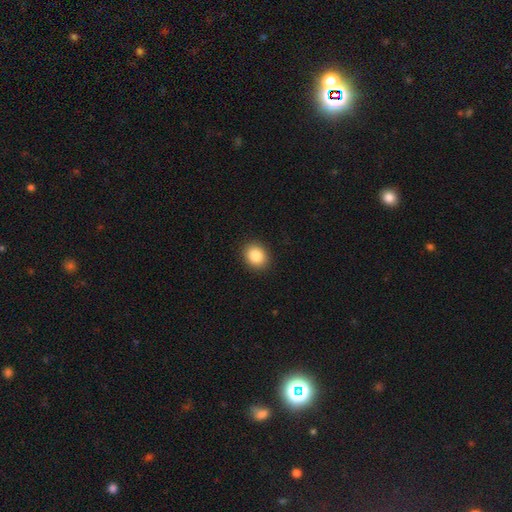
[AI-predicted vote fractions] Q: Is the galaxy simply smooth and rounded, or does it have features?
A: smooth — 86%.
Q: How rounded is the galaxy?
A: round — 57%.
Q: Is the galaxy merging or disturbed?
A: none — 91%.